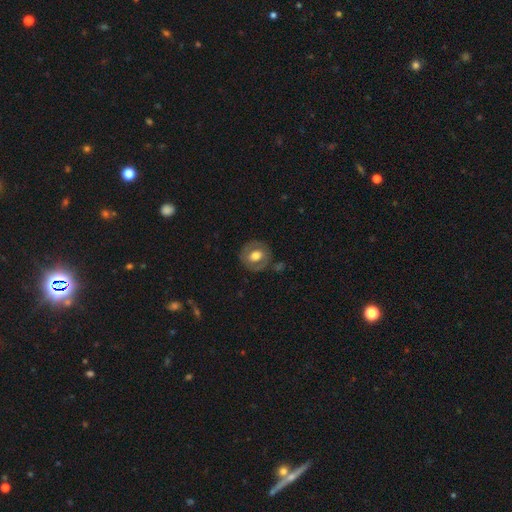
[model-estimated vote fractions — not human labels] smooth-or-featured: smooth: 52% | featured or disk: 41% | star or artifact: 7%
  how-rounded: round: 80% | in between: 19% | cigar-shaped: 1%
  merging: none: 80% | minor disturbance: 13% | major disturbance: 5% | merger: 3%